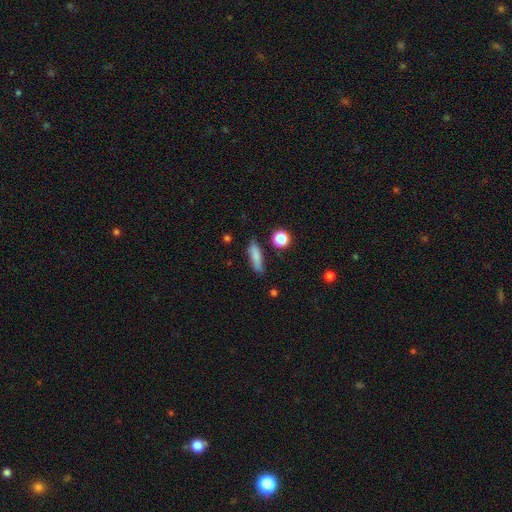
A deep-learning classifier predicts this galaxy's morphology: This is clearly a smooth galaxy (80%). How rounded: possibly cigar-shaped (57%). Merging: likely none (74%).